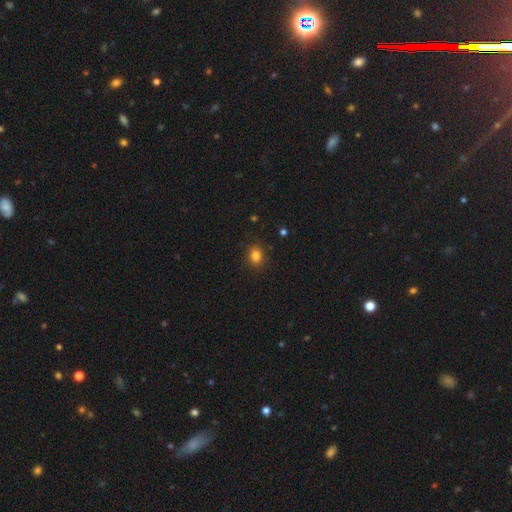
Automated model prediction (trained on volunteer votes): smooth_or_featured: smooth (p=0.83) [alt: star or artifact p=0.12]
how_rounded: round (p=0.55) [alt: in between p=0.44]
merging: none (p=0.87) [alt: minor disturbance p=0.09]